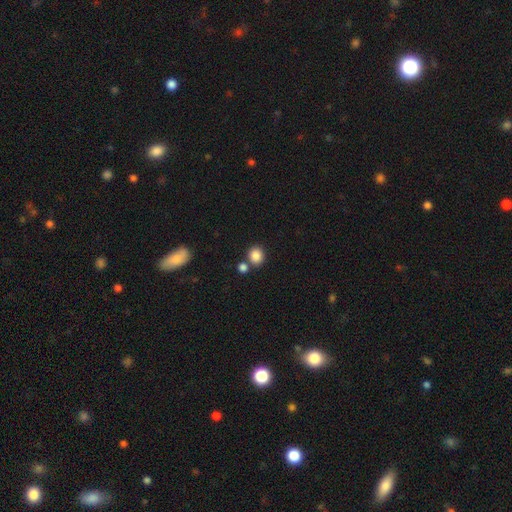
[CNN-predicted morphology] type=smooth (86%); roundness=round (75%); merging=none (67%).